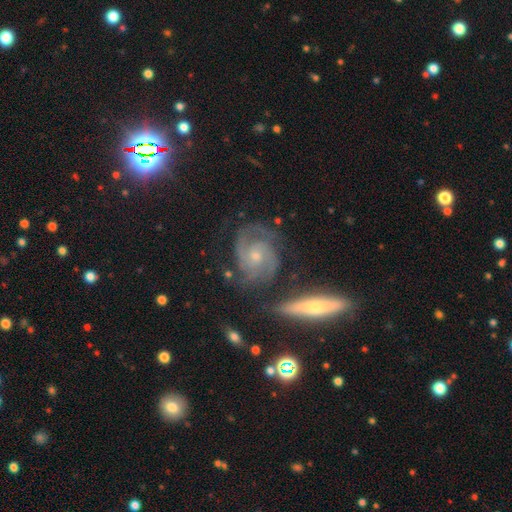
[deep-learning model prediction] This is clearly a featured or disk galaxy (88%). It is clearly not viewed edge-on (96%). Bar: likely no (64%). Spiral arm pattern: clearly yes (97%). Spiral arm count: possibly 2 (60%). Spiral winding: possibly tight (54%). Central bulge: possibly small (55%). Merging: likely none (69%).